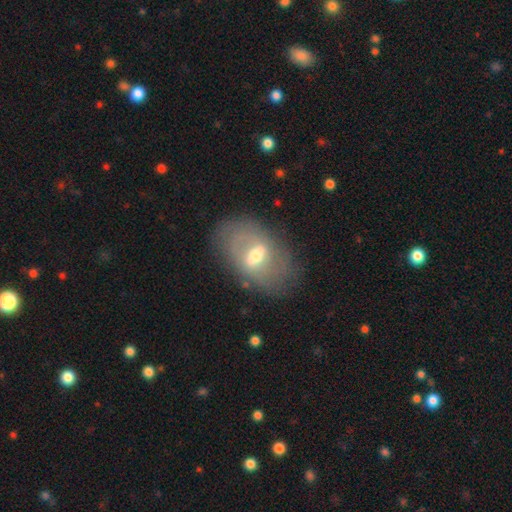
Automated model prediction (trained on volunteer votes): smooth_or_featured: featured or disk (p=0.60) [alt: smooth p=0.32]
disk_edge_on: no (p=0.88) [alt: yes p=0.12]
bar: weak (p=0.46) [alt: strong p=0.41]
has_spiral_arms: no (p=0.65) [alt: yes p=0.35]
bulge_size: moderate (p=0.62) [alt: small p=0.27]
merging: none (p=0.73) [alt: minor disturbance p=0.16]